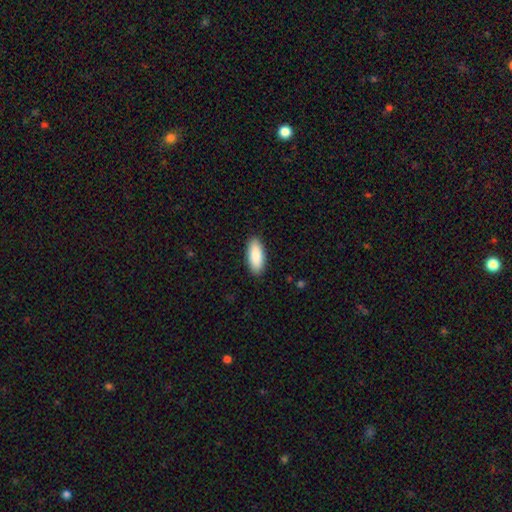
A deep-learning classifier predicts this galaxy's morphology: smooth 90%, star or artifact 5%, featured or disk 5%. Down the decision tree: how rounded — in between (81%); merging — none (90%).